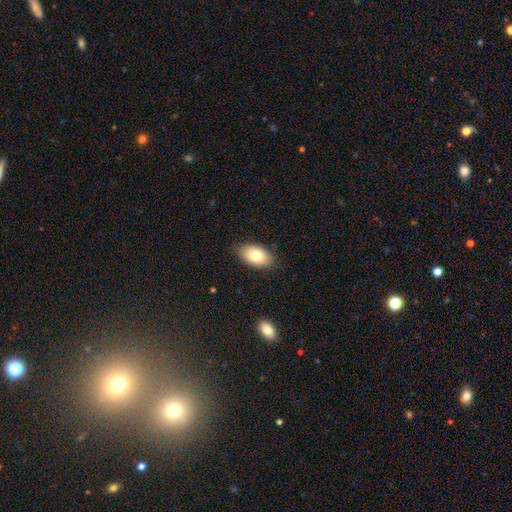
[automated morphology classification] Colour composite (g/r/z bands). It shows a smooth galaxy with no disk features (79%) that is in between round and cigar-shaped (94%). Merging: none (85%).